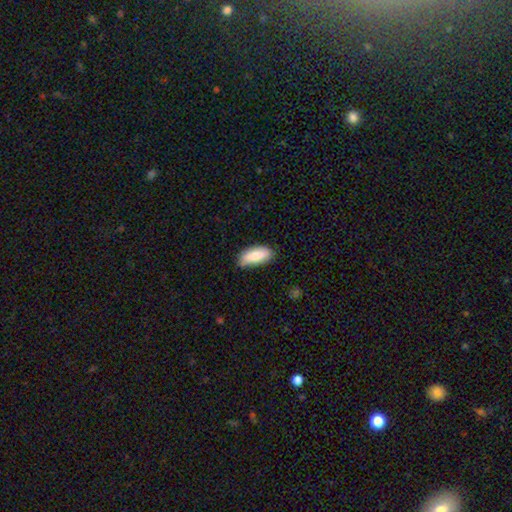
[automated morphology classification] The model was most divided on "merging": none: 78%, minor disturbance: 18%, major disturbance: 3%, merger: 1%. More confident: how rounded — in between (85%); smooth or featured — smooth (81%).